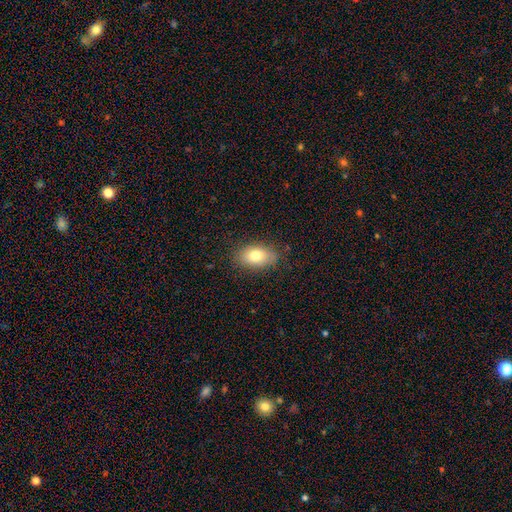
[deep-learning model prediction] A smooth galaxy with no disk features (77%) that is in between round and cigar-shaped (89%).

Vote fractions:
- Smooth or featured? smooth: 77% / featured or disk: 15% / star or artifact: 8%
- How rounded? in between: 89% / round: 9% / cigar-shaped: 2%
- Merging? none: 82% / minor disturbance: 14% / major disturbance: 3% / merger: 1%